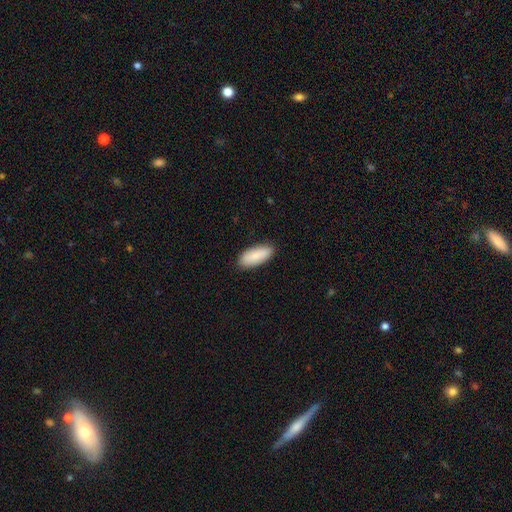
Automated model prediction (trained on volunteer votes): smooth-or-featured: smooth: 86% | featured or disk: 8% | star or artifact: 5%
  how-rounded: in between: 79% | cigar-shaped: 19% | round: 2%
  merging: none: 88% | minor disturbance: 9% | major disturbance: 2% | merger: 1%